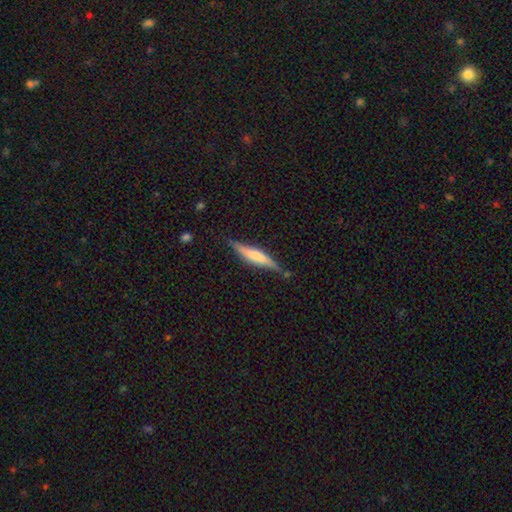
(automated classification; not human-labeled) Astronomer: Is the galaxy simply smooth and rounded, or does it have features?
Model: featured or disk — 49% (runner-up: smooth, 44%).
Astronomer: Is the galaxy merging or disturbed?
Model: none — 70%.